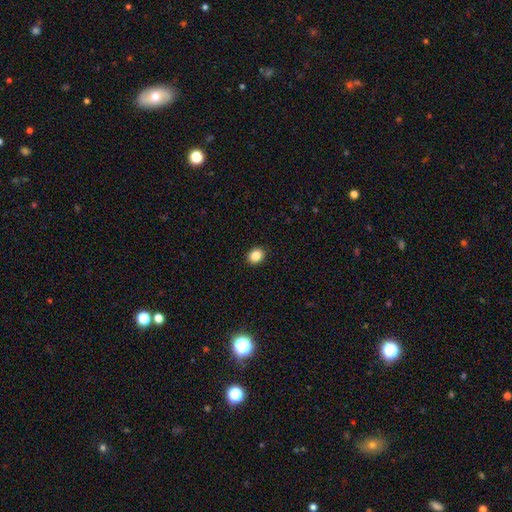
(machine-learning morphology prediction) smooth-or-featured: smooth: 86% | star or artifact: 10% | featured or disk: 4%
  how-rounded: round: 61% | in between: 39% | cigar-shaped: 1%
  merging: none: 92% | minor disturbance: 5% | major disturbance: 2% | merger: 1%